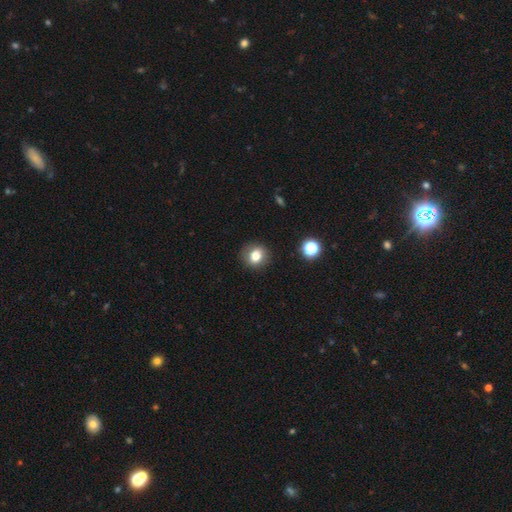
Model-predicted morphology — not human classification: This is likely a smooth galaxy (78%). How rounded: likely round (79%). Merging: clearly none (86%).